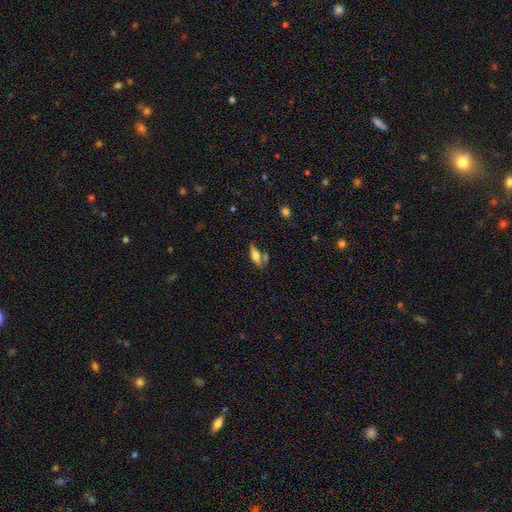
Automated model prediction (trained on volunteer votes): Overall: smooth (57%; featured or disk 35%). How rounded: in between (69%). Merging: none (55%; merger 21%).